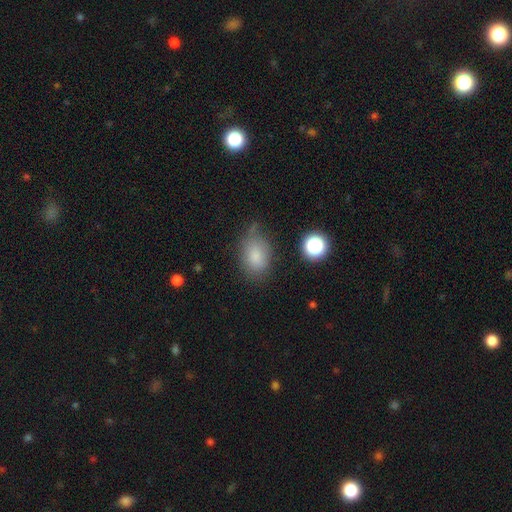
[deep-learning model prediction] Q: Smooth or featured?
A: smooth (81%); runner-up: star or artifact (10%)
Q: How rounded?
A: in between (83%); runner-up: round (16%)
Q: Merging?
A: none (58%); runner-up: minor disturbance (29%)